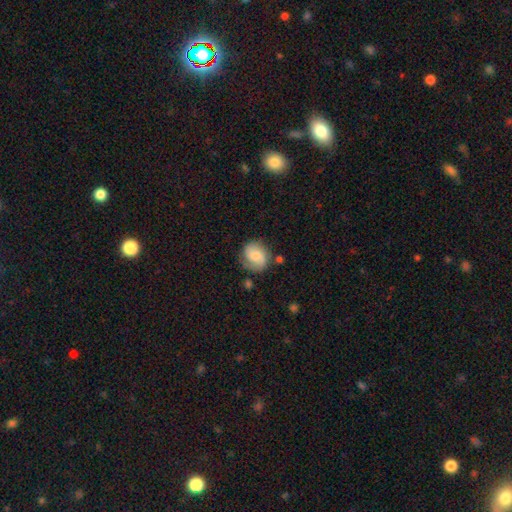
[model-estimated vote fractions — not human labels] Q: Smooth or featured?
A: smooth (51%); runner-up: featured or disk (41%)
Q: How rounded?
A: round (72%); runner-up: in between (27%)
Q: Merging?
A: none (64%); runner-up: minor disturbance (22%)